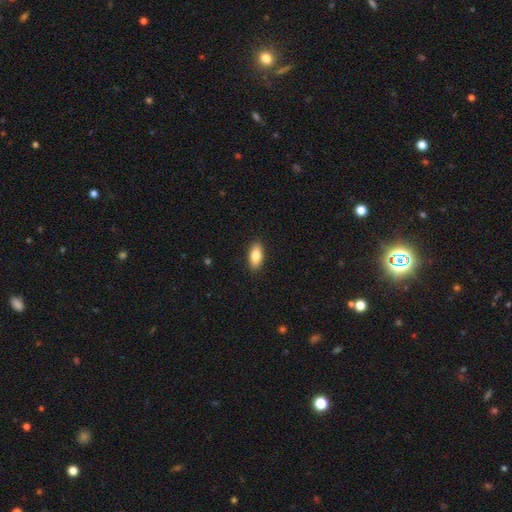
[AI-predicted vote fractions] smooth-or-featured: smooth: 82% | featured or disk: 11% | star or artifact: 7%
  how-rounded: in between: 87% | cigar-shaped: 10% | round: 3%
  merging: none: 90% | minor disturbance: 8% | major disturbance: 2% | merger: 1%